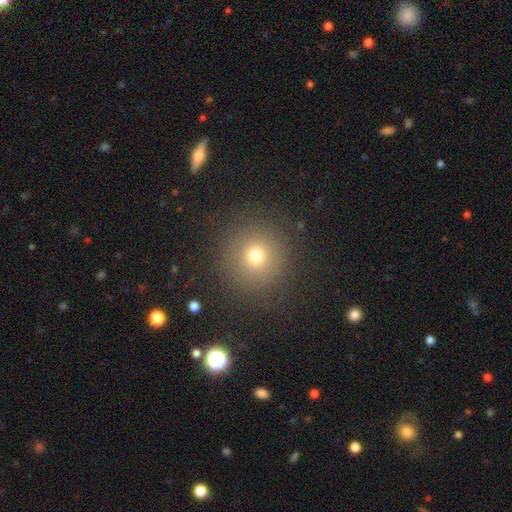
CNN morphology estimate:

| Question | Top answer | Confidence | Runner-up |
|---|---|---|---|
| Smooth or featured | smooth | 72% | star or artifact (18%) |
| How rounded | round | 95% | in between (4%) |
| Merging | none | 88% | minor disturbance (7%) |